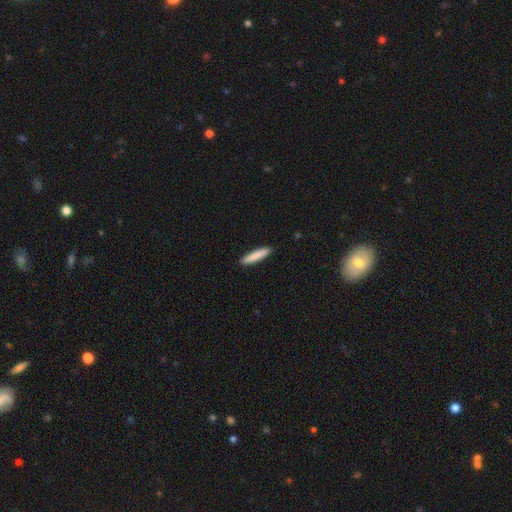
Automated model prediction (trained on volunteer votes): Smooth or featured?
  - smooth: 86% *
  - featured or disk: 9%
  - star or artifact: 5%
How rounded?
  - cigar-shaped: 90% *
  - in between: 9%
  - round: 1%
Merging?
  - none: 92% *
  - minor disturbance: 6%
  - major disturbance: 1%
  - merger: 1%